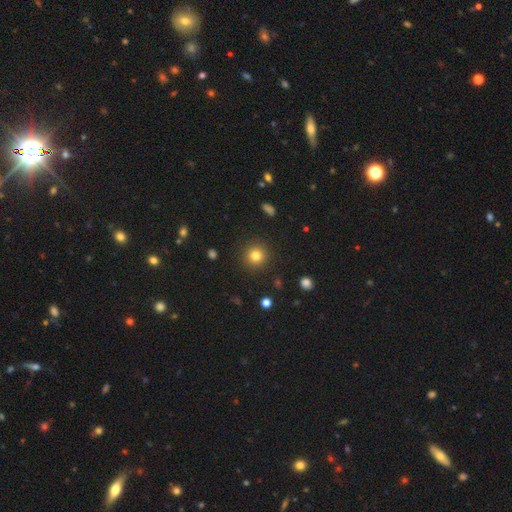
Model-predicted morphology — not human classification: The model was most divided on "smooth or featured": smooth: 80%, star or artifact: 13%, featured or disk: 7%. More confident: how rounded — round (94%); merging — none (91%).